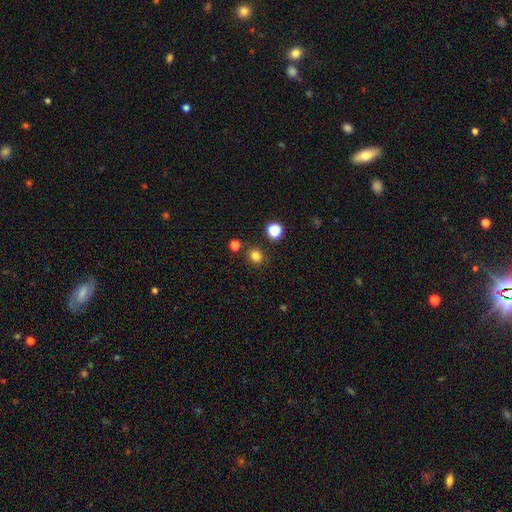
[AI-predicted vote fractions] Smooth or featured?
  - smooth: 79% *
  - star or artifact: 16%
  - featured or disk: 5%
How rounded?
  - round: 83% *
  - in between: 16%
  - cigar-shaped: 1%
Merging?
  - none: 84% *
  - minor disturbance: 8%
  - merger: 6%
  - major disturbance: 3%